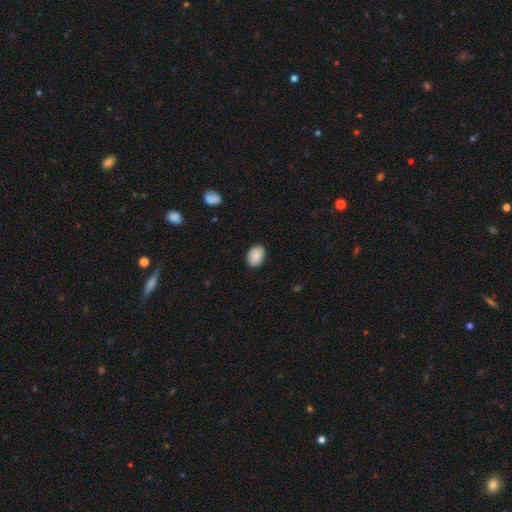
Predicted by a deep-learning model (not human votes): Morphology: type=smooth (89%); roundness=in between (83%); merging=none (86%).